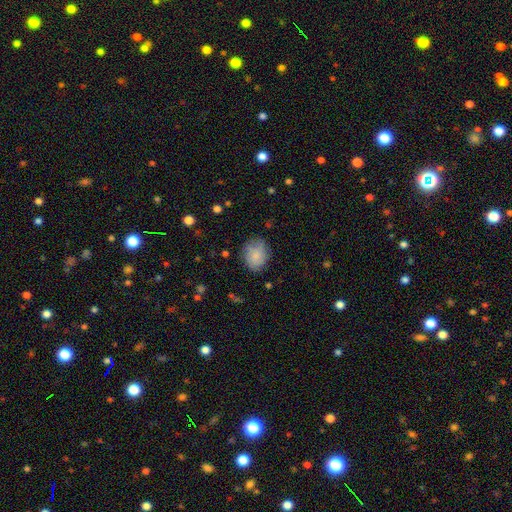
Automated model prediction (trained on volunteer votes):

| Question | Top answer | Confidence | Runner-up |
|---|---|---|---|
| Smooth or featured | smooth | 75% | featured or disk (18%) |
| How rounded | round | 51% | in between (48%) |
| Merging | none | 75% | minor disturbance (19%) |